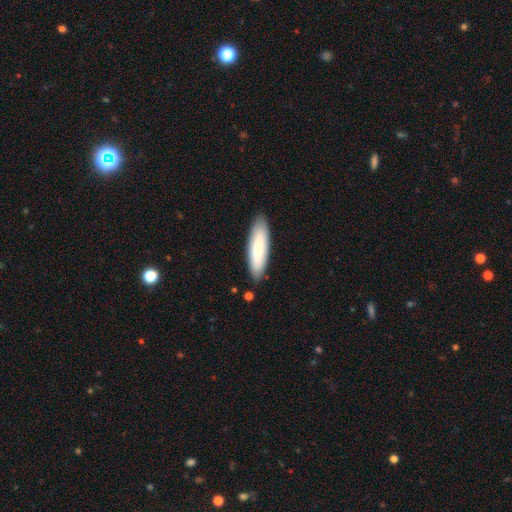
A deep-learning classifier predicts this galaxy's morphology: Smooth or featured? Predicted: smooth (p=0.83). How rounded? Predicted: cigar-shaped (p=0.59). Merging? Predicted: none (p=0.86).